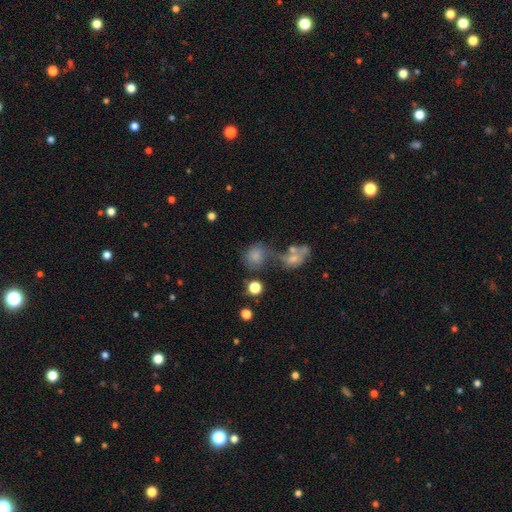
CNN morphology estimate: Q: Smooth or featured?
A: smooth (75%); runner-up: star or artifact (13%)
Q: How rounded?
A: round (75%); runner-up: in between (23%)
Q: Merging?
A: none (40%); runner-up: merger (34%)